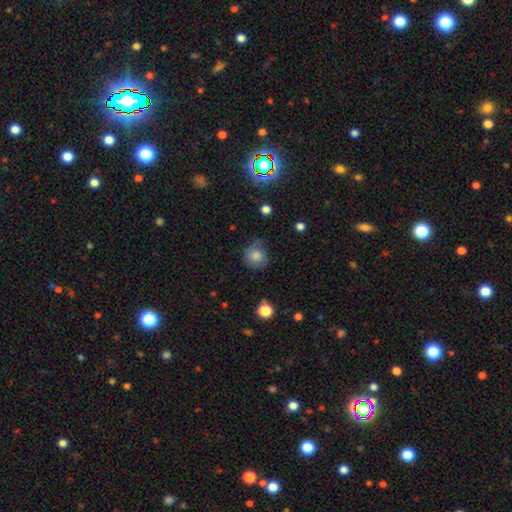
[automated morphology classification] Smooth or featured?
  - smooth: 76% *
  - featured or disk: 14%
  - star or artifact: 10%
How rounded?
  - round: 82% *
  - in between: 17%
  - cigar-shaped: 1%
Merging?
  - none: 58% *
  - minor disturbance: 29%
  - major disturbance: 11%
  - merger: 2%